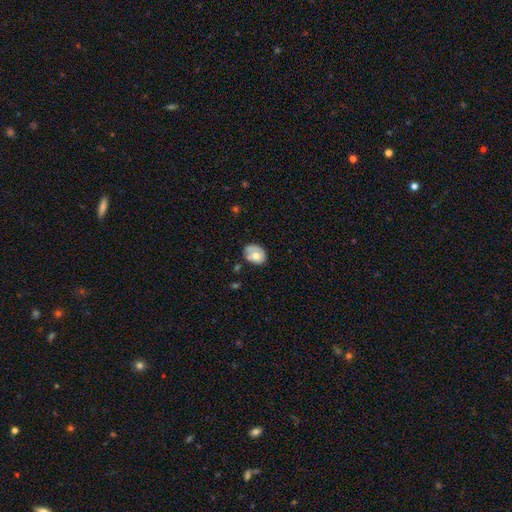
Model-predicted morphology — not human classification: Smooth or featured? smooth (61%)
How rounded? in between (56%)
Merging? none (51%)